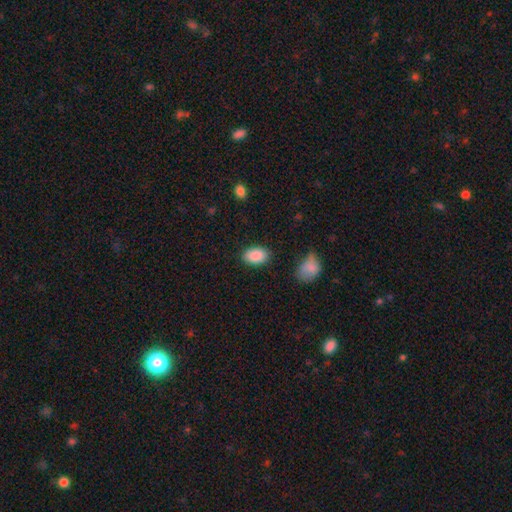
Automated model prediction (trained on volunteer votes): Morphology: type=smooth (89%); roundness=in between (90%); merging=none (84%).